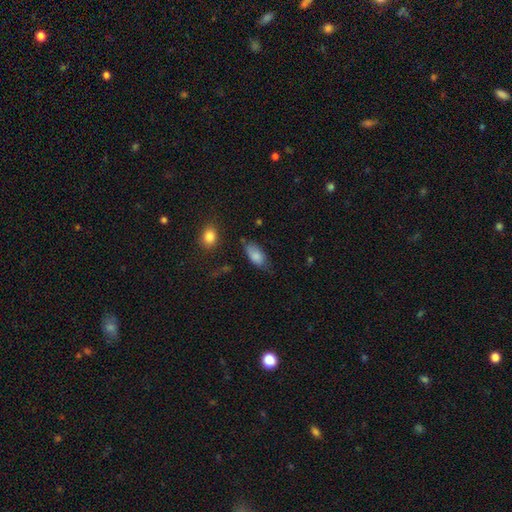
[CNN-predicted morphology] This is clearly a smooth galaxy (83%). How rounded: clearly in between (90%). Merging: possibly none (59%).